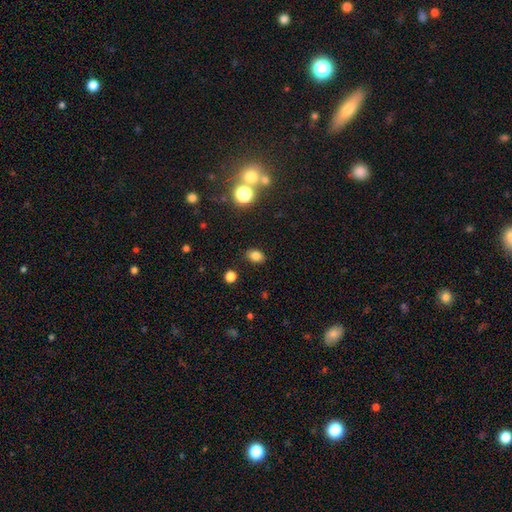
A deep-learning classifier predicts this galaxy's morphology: The model was most divided on "how rounded": in between: 72%, round: 27%, cigar-shaped: 1%. More confident: merging — none (86%); smooth or featured — smooth (80%).